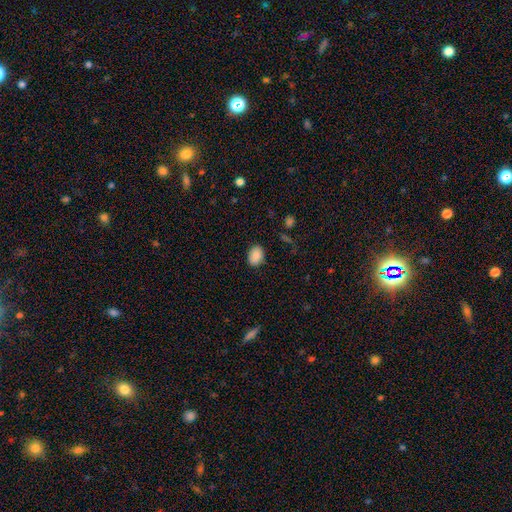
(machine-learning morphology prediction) smooth-or-featured: smooth: 88% | star or artifact: 8% | featured or disk: 4%
  how-rounded: in between: 76% | round: 23% | cigar-shaped: 1%
  merging: none: 85% | minor disturbance: 11% | major disturbance: 3% | merger: 1%